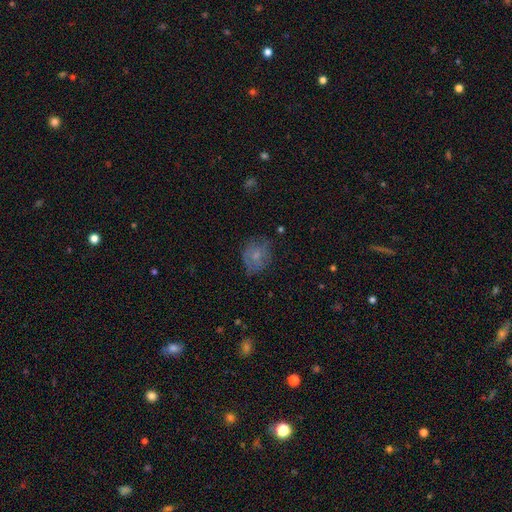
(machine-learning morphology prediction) This is likely a smooth galaxy (62%). How rounded: possibly round (53%). Merging: likely none (60%).